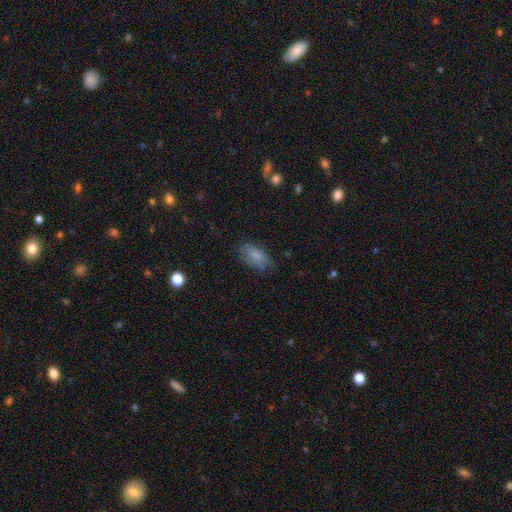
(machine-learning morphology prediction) smooth_or_featured: smooth (p=0.79) [alt: featured or disk p=0.13]
how_rounded: in between (p=0.90) [alt: cigar-shaped p=0.07]
merging: none (p=0.67) [alt: minor disturbance p=0.24]